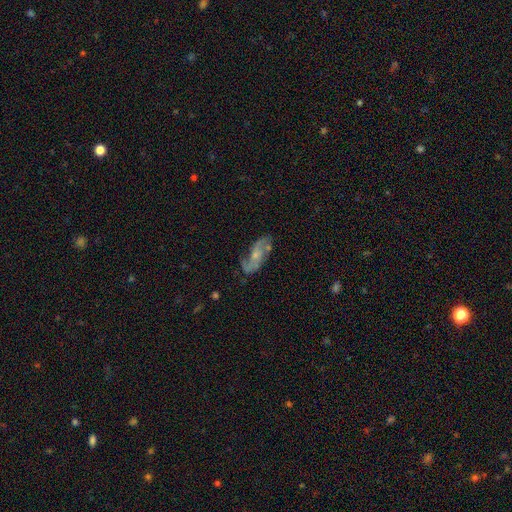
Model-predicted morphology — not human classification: Smooth or featured? Predicted: featured or disk (p=0.72). Edge-on disk? Predicted: no (p=0.91). Bar? Predicted: no (p=0.62). Spiral arms? Predicted: yes (p=0.89). Spiral winding? Predicted: loose (p=0.54). Spiral arm count? Predicted: 2 (p=0.84). Bulge size? Predicted: small (p=0.56). Merging? Predicted: none (p=0.62).